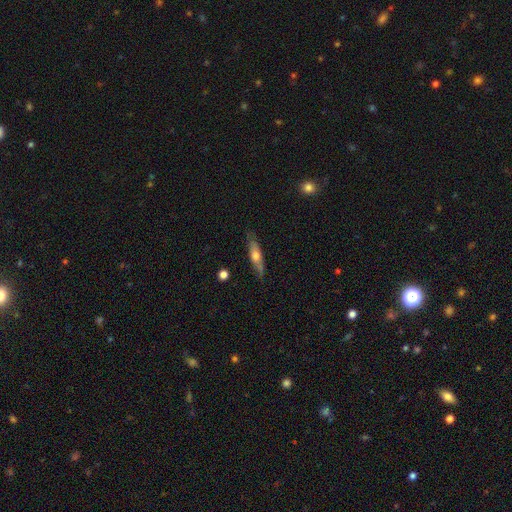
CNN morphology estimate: Q: Smooth or featured?
A: smooth (47%); tied with: featured or disk (47%)
Q: Merging?
A: none (76%); runner-up: minor disturbance (18%)